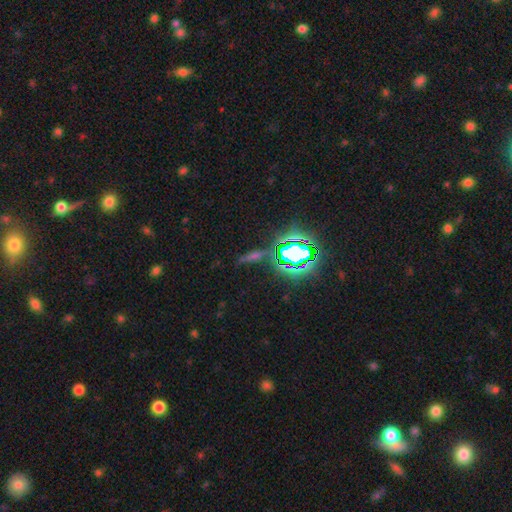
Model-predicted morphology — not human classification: Smooth or featured? star or artifact (52%)